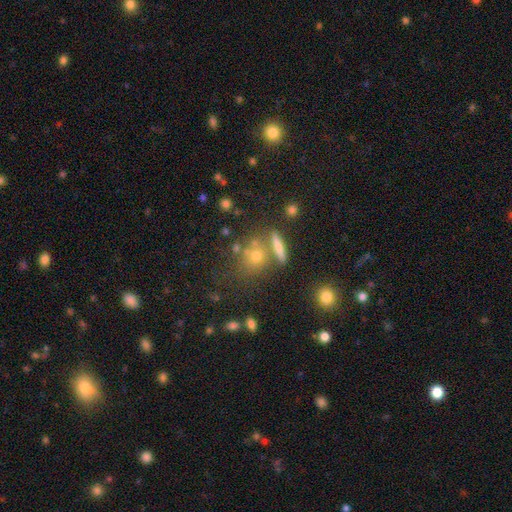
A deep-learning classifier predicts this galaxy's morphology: A smooth galaxy with no disk features (64%) that is round (64%). Merging: none (61%).